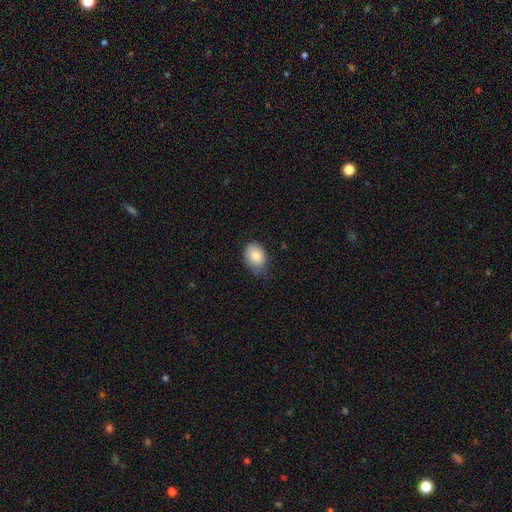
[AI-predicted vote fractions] A smooth galaxy with no disk features (84%) that is in between round and cigar-shaped (74%).

Vote fractions:
- Smooth or featured? smooth: 84% / featured or disk: 9% / star or artifact: 8%
- How rounded? in between: 74% / round: 25% / cigar-shaped: 1%
- Merging? none: 61% / minor disturbance: 32% / major disturbance: 6% / merger: 1%